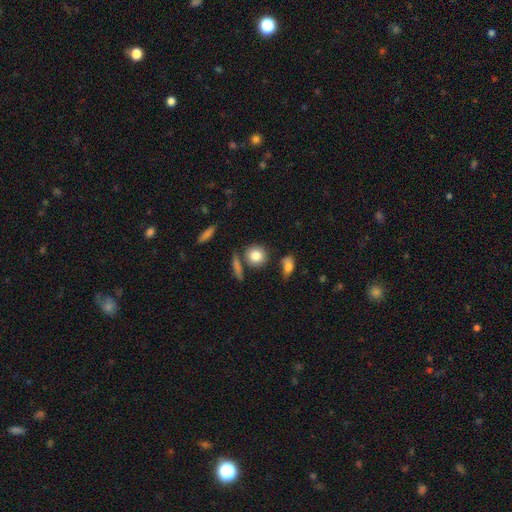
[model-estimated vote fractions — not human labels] This is clearly a smooth galaxy (82%). How rounded: likely round (78%). Merging: likely none (73%).